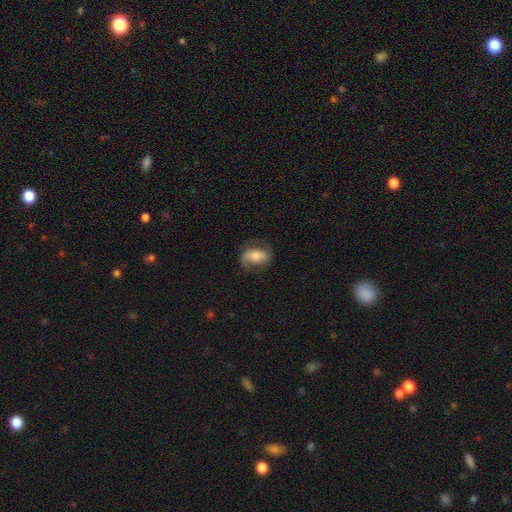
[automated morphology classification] featured or disk 52%, smooth 40%, star or artifact 7%. Down the decision tree: edge-on disk — no (93%); merging — none (67%).